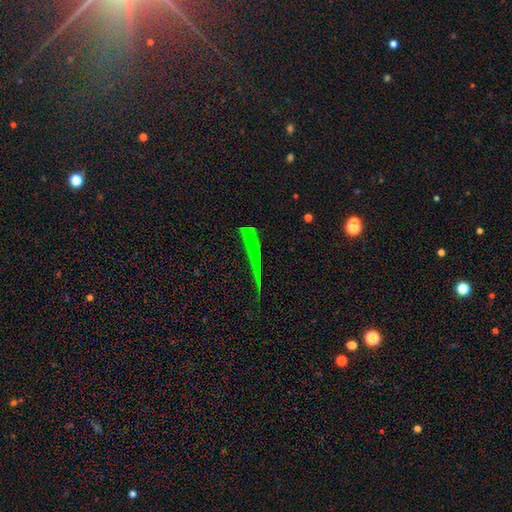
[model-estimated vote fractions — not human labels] star or artifact 48%, smooth 27%, featured or disk 24%.